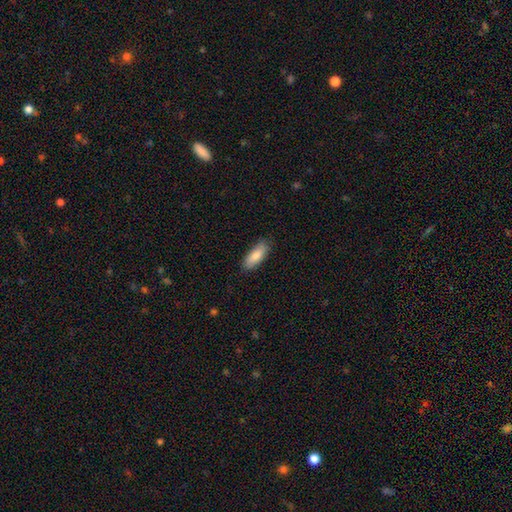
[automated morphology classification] Smooth or featured?
  - smooth: 85% *
  - featured or disk: 10%
  - star or artifact: 6%
How rounded?
  - in between: 69% *
  - cigar-shaped: 29%
  - round: 2%
Merging?
  - none: 84% *
  - minor disturbance: 13%
  - major disturbance: 2%
  - merger: 1%